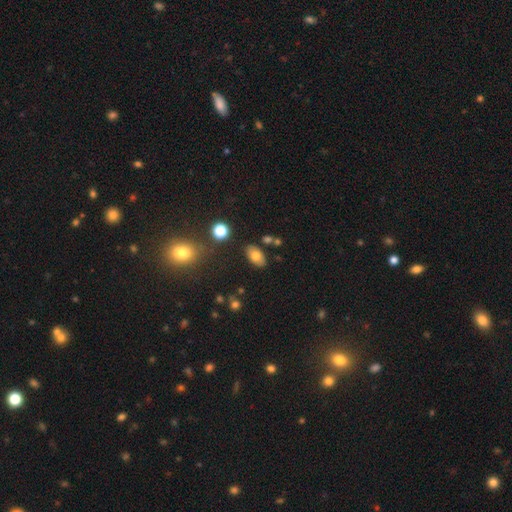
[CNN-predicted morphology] smooth-or-featured: smooth: 76% | featured or disk: 14% | star or artifact: 9%
  how-rounded: in between: 91% | round: 7% | cigar-shaped: 2%
  merging: none: 82% | minor disturbance: 11% | merger: 4% | major disturbance: 3%